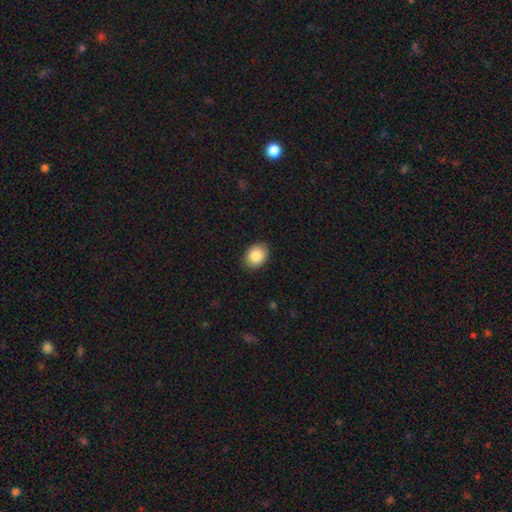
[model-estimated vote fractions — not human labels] Smooth or featured: smooth — 87% (star or artifact — 8%)
How rounded: in between — 59% (round — 40%)
Merging: none — 88% (minor disturbance — 9%)